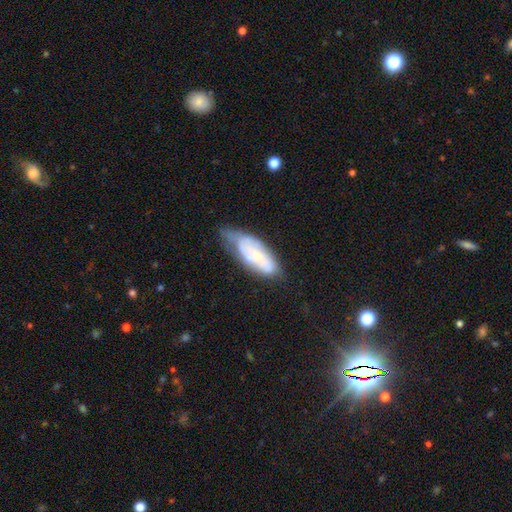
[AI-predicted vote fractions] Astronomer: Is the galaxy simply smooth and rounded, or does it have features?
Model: featured or disk — 56% (runner-up: smooth, 37%).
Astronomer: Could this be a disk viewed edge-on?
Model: no — 88%.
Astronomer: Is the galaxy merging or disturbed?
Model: none — 38% (runner-up: minor disturbance, 35%).